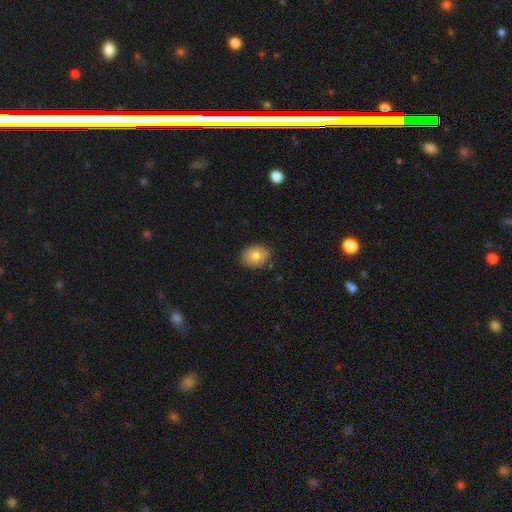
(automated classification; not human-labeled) The model was most divided on "how rounded": in between: 50%, round: 49%, cigar-shaped: 1%. More confident: merging — none (85%); smooth or featured — smooth (78%).